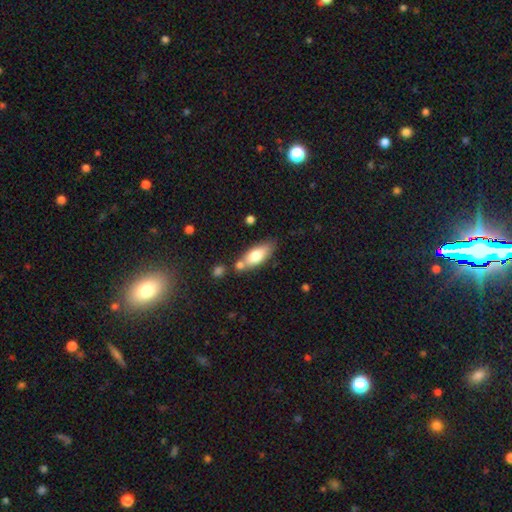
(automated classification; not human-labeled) Morphology: type=smooth (73%); roundness=in between (75%); merging=none (62%).